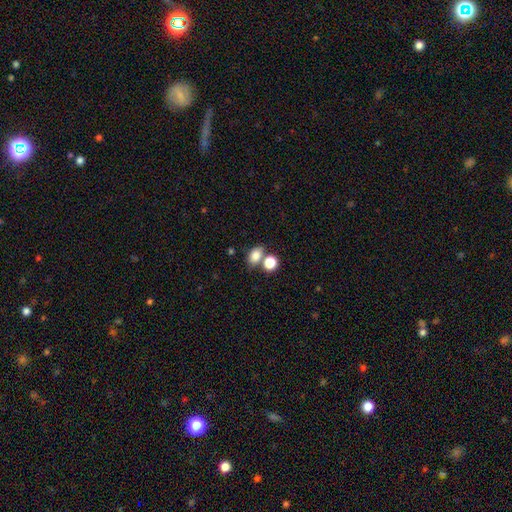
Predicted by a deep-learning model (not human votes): A smooth galaxy with no disk features (81%) that is in between round and cigar-shaped (69%).

Vote fractions:
- Smooth or featured? smooth: 81% / star or artifact: 11% / featured or disk: 8%
- How rounded? in between: 69% / round: 29% / cigar-shaped: 2%
- Merging? none: 54% / merger: 31% / minor disturbance: 11% / major disturbance: 4%